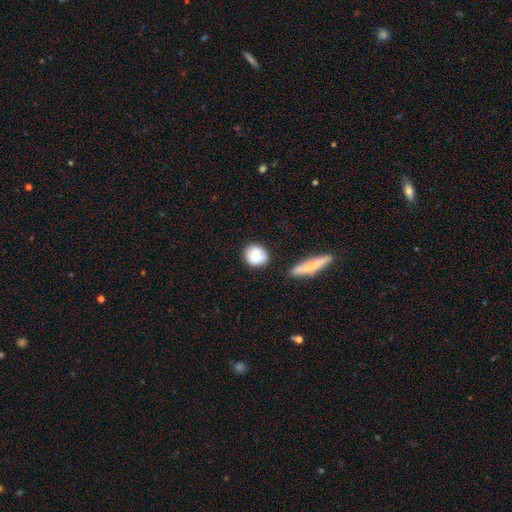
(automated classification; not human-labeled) The model was most divided on "how rounded": round: 72%, in between: 26%, cigar-shaped: 2%. More confident: smooth or featured — smooth (86%); merging — none (75%).